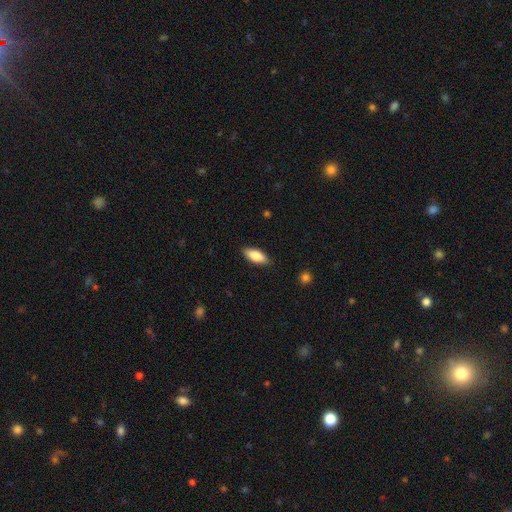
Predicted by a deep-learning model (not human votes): smooth-or-featured: smooth: 84% | featured or disk: 11% | star or artifact: 6%
  how-rounded: in between: 82% | cigar-shaped: 16% | round: 2%
  merging: none: 87% | minor disturbance: 10% | major disturbance: 2% | merger: 1%